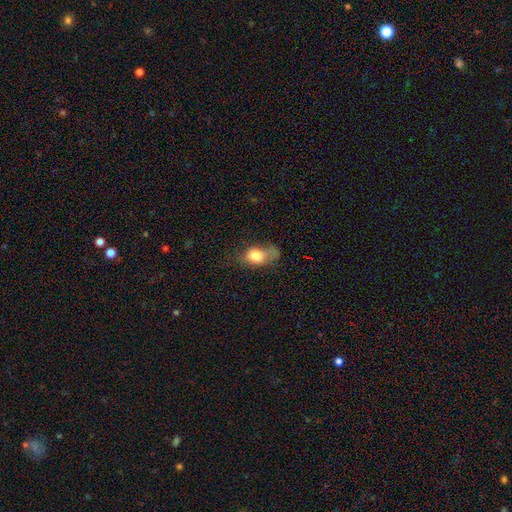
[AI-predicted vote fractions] A smooth galaxy with no disk features (77%) that is in between round and cigar-shaped (74%).

Vote fractions:
- Smooth or featured? smooth: 77% / featured or disk: 14% / star or artifact: 9%
- How rounded? in between: 74% / round: 23% / cigar-shaped: 3%
- Merging? major disturbance: 33% / minor disturbance: 29% / none: 28% / merger: 10%